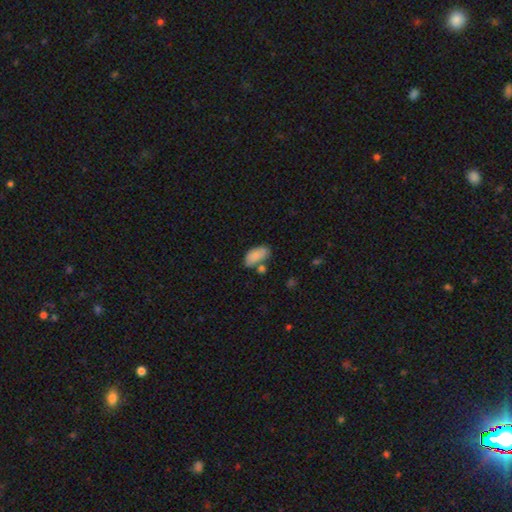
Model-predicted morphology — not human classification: Smooth or featured? smooth (84%)
How rounded? in between (93%)
Merging? none (59%)